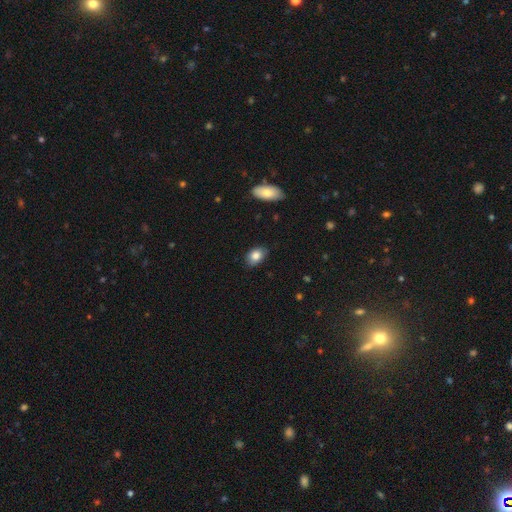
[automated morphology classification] This is clearly a smooth galaxy (84%). How rounded: clearly in between (83%). Merging: clearly none (83%).